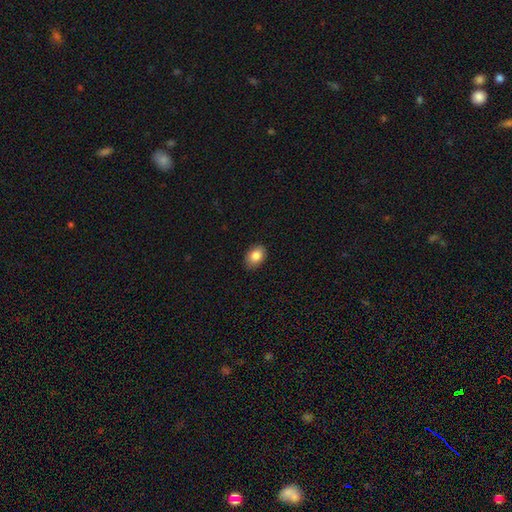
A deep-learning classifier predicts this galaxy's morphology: Smooth or featured: smooth — 85% (star or artifact — 8%)
How rounded: in between — 79% (round — 20%)
Merging: none — 87% (minor disturbance — 10%)